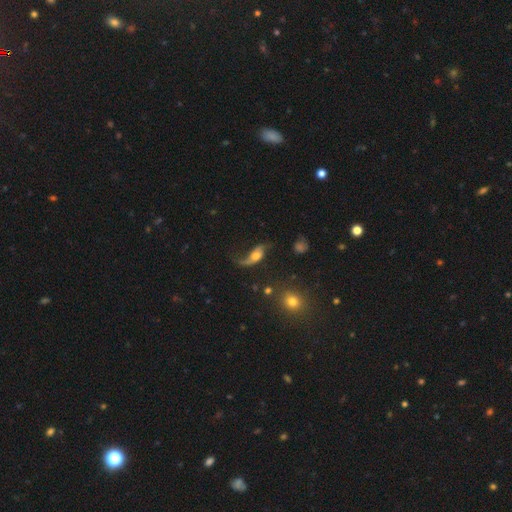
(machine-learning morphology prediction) Smooth or featured? Predicted: featured or disk (p=0.71). Edge-on disk? Predicted: no (p=0.90). Bar? Predicted: no (p=0.60). Spiral arms? Predicted: yes (p=0.90). Spiral winding? Predicted: loose (p=0.88). Spiral arm count? Predicted: 2 (p=0.72). Bulge size? Predicted: moderate (p=0.52). Merging? Predicted: none (p=0.45).